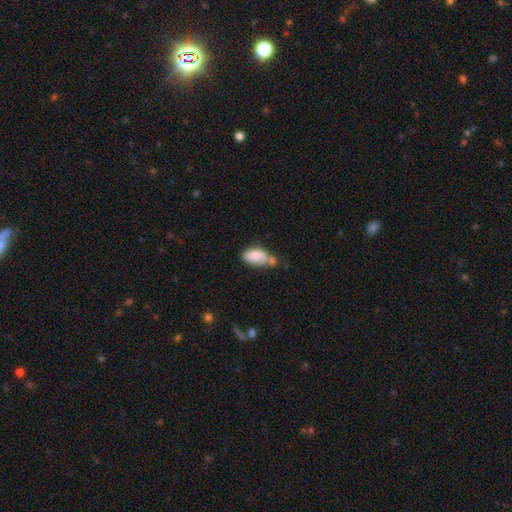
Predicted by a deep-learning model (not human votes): Overall: smooth (78%). How rounded: in between (92%). Merging: none (39%; merger 26%).